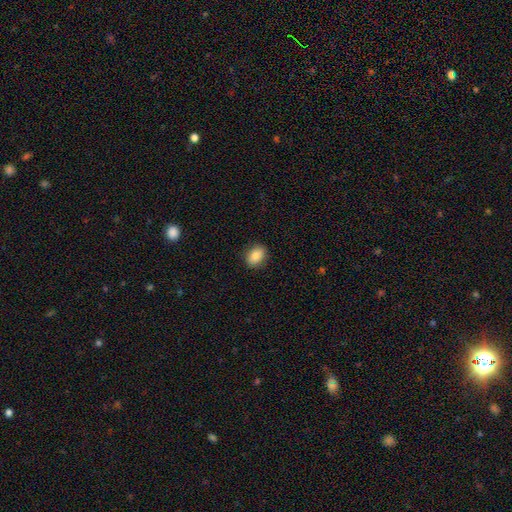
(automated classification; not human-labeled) Smooth or featured? smooth (86%)
How rounded? in between (72%)
Merging? none (88%)